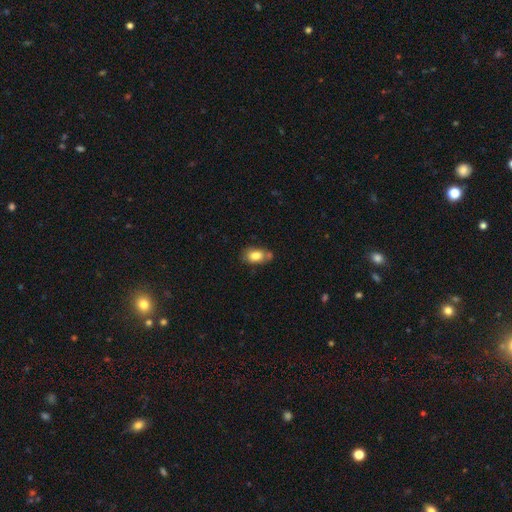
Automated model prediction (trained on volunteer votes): This is clearly a smooth galaxy (81%). How rounded: clearly in between (83%). Merging: possibly none (58%).